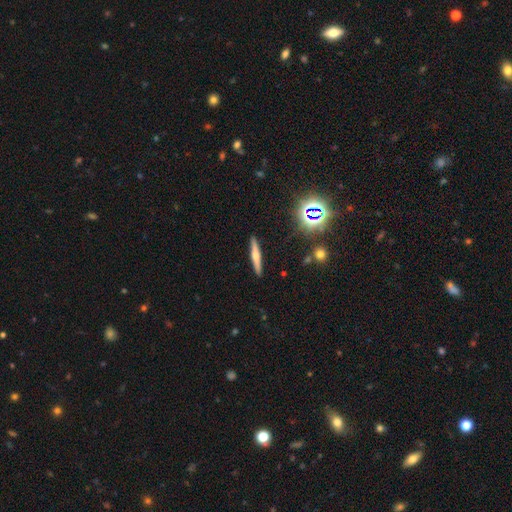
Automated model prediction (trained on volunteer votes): Smooth or featured? featured or disk (53%)
Edge-on disk? yes (96%)
Edge-on bulge? rounded (83%)
Merging? none (91%)